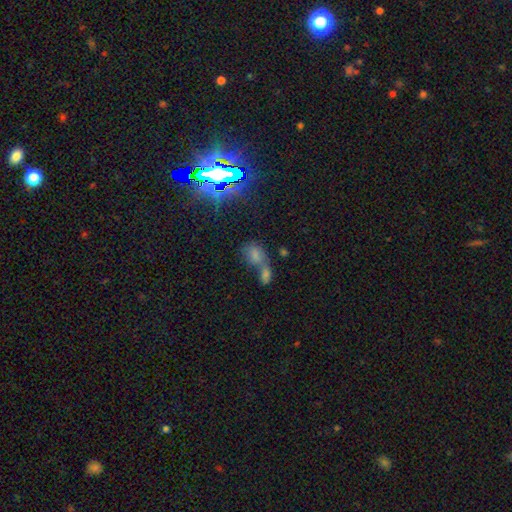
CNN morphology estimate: Smooth or featured: smooth — 60% (star or artifact — 25%)
How rounded: in between — 76% (round — 20%)
Merging: merger — 67% (none — 19%)